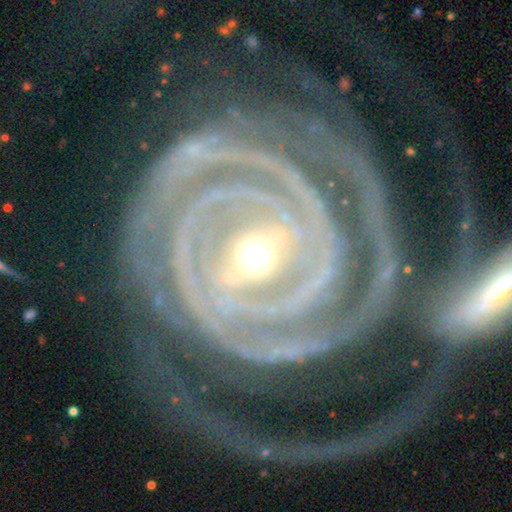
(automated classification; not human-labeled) The model was most divided on "bulge size": small: 50%, moderate: 46%, large: 2%, none: 1%, dominant: 1%. Remaining: spiral arms — yes (98%); edge-on disk — no (96%); smooth or featured — featured or disk (94%); spiral winding — tight (87%); spiral arm count — 2 (48%); bar — strong (46%); merging — none (46%).